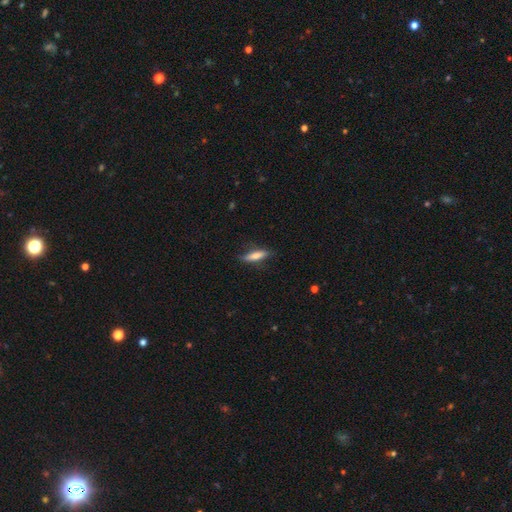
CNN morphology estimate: Smooth or featured: smooth — 70% (featured or disk — 24%)
How rounded: cigar-shaped — 70% (in between — 28%)
Merging: none — 76% (minor disturbance — 18%)